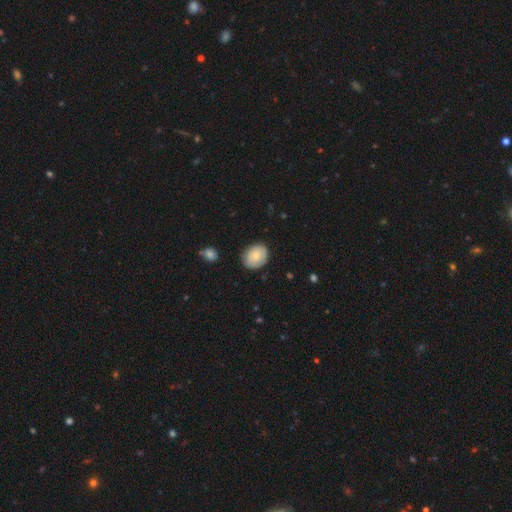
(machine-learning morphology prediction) A smooth galaxy with no disk features (70%) that is in between round and cigar-shaped (52%). Merging: none (77%).